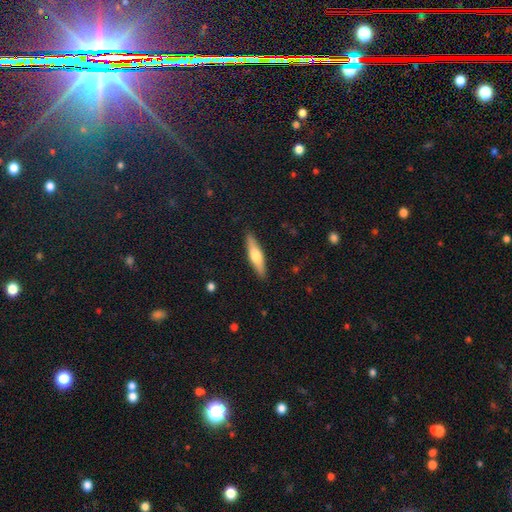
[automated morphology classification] Smooth or featured: smooth — 53% (featured or disk — 42%)
How rounded: cigar-shaped — 75% (in between — 23%)
Merging: none — 89% (minor disturbance — 8%)